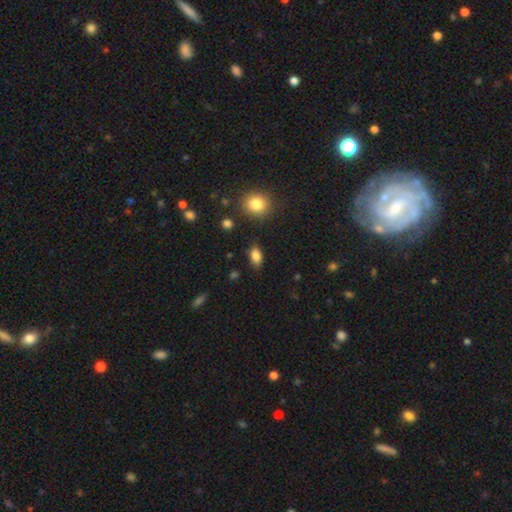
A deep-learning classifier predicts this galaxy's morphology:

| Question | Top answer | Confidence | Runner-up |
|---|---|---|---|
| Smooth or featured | smooth | 85% | star or artifact (9%) |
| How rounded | in between | 88% | round (8%) |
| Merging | none | 80% | minor disturbance (14%) |